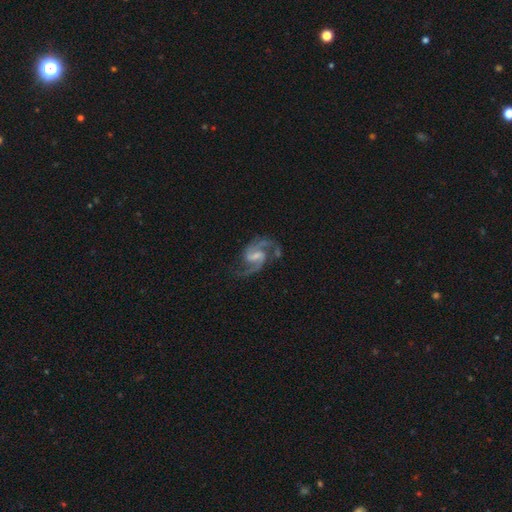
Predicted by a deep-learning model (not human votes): Q: Smooth or featured?
A: featured or disk (92%); runner-up: star or artifact (4%)
Q: Edge-on disk?
A: no (98%); runner-up: yes (2%)
Q: Bar?
A: weak (58%); runner-up: strong (25%)
Q: Spiral arms?
A: yes (98%); runner-up: no (2%)
Q: Spiral winding?
A: medium (63%); runner-up: loose (24%)
Q: Spiral arm count?
A: 2 (91%); runner-up: 3 (4%)
Q: Bulge size?
A: small (39%); runner-up: none (29%)
Q: Merging?
A: none (74%); runner-up: minor disturbance (16%)